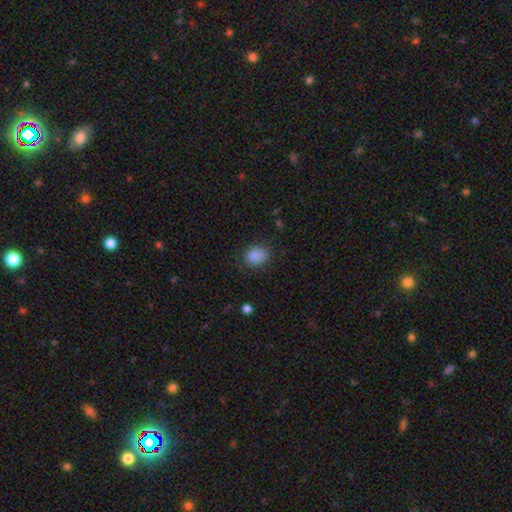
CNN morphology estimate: The model was most divided on "how rounded": in between: 54%, round: 45%, cigar-shaped: 1%. More confident: smooth or featured — smooth (86%); merging — none (80%).